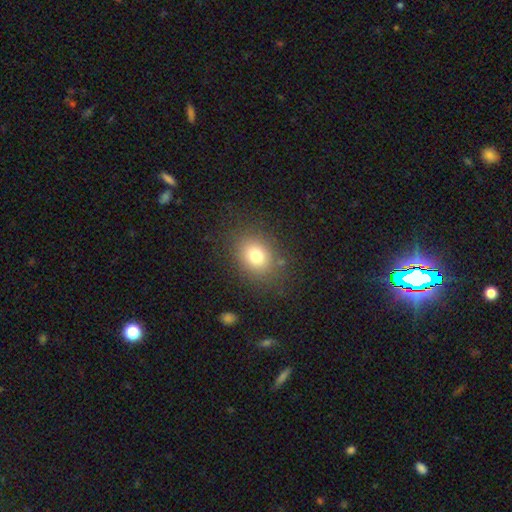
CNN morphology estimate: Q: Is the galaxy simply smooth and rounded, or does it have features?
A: smooth — 76%.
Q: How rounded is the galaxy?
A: round — 55%.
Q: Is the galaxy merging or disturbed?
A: none — 81%.